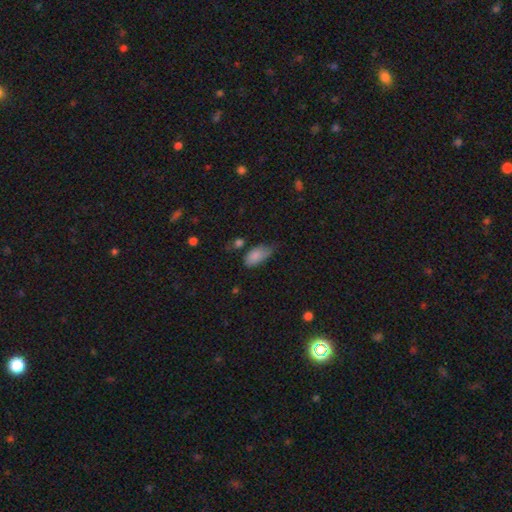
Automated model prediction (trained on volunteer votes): The model was most divided on "merging": minor disturbance: 44%, none: 38%, major disturbance: 13%, merger: 5%. More confident: how rounded — in between (92%); smooth or featured — smooth (83%).